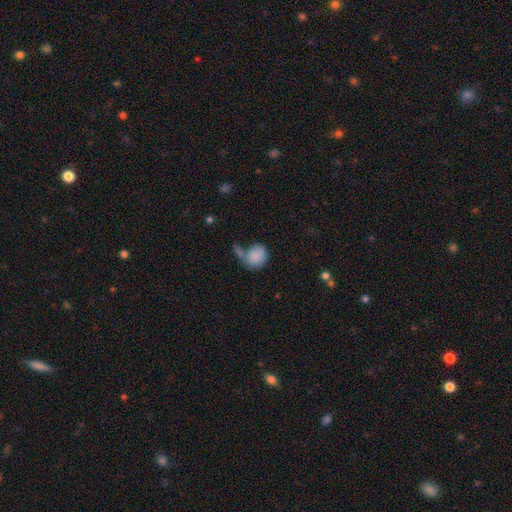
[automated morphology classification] smooth_or_featured: smooth (p=0.84) [alt: featured or disk p=0.09]
how_rounded: round (p=0.61) [alt: in between p=0.38]
merging: none (p=0.39) [alt: merger p=0.26]